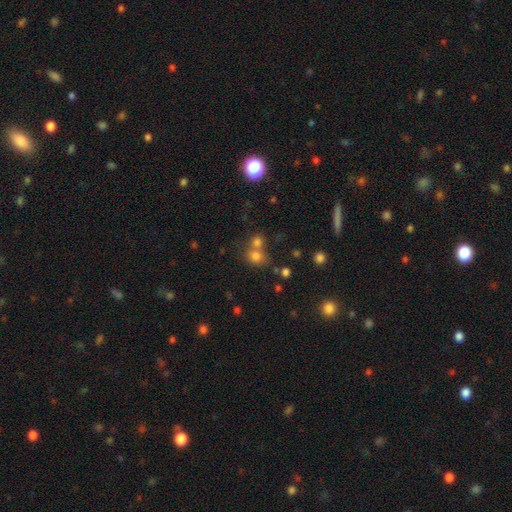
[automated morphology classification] smooth-or-featured: smooth: 75% | star or artifact: 16% | featured or disk: 9%
  how-rounded: round: 70% | in between: 29% | cigar-shaped: 1%
  merging: none: 46% | merger: 42% | minor disturbance: 8% | major disturbance: 4%